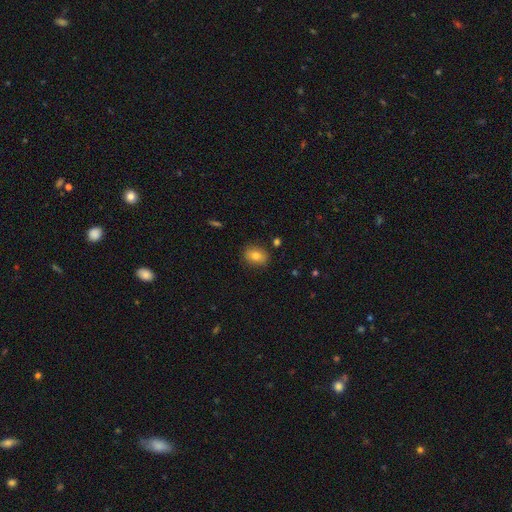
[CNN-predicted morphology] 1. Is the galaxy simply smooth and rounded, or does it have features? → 78% smooth, 12% featured or disk, 10% star or artifact.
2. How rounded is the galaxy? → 57% in between, 41% round, 1% cigar-shaped.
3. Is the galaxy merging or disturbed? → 84% none, 11% minor disturbance, 2% major disturbance, 2% merger.